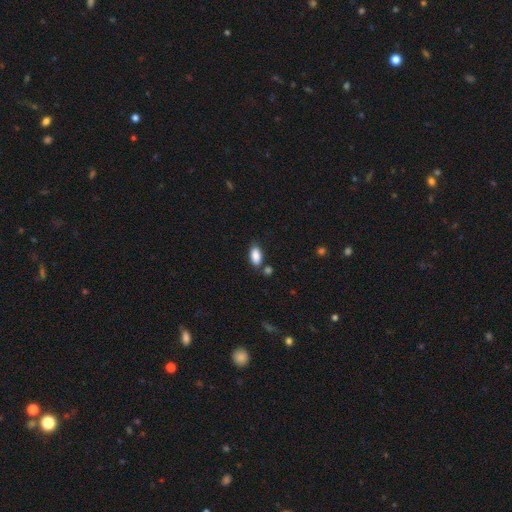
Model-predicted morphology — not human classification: Smooth or featured: smooth — 88% (star or artifact — 7%)
How rounded: in between — 93% (cigar-shaped — 4%)
Merging: none — 73% (minor disturbance — 15%)